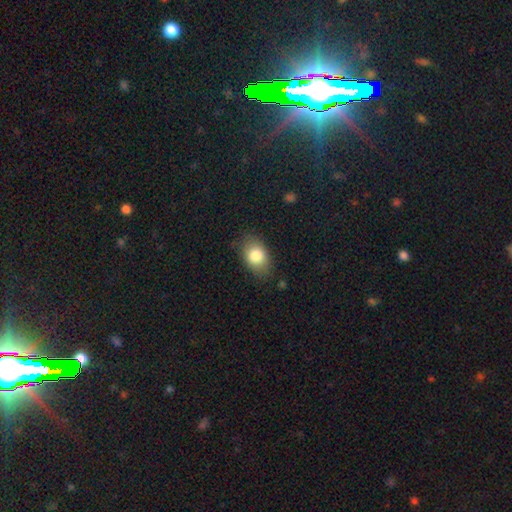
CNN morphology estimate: The model was most divided on "merging": none: 78%, minor disturbance: 16%, major disturbance: 4%, merger: 1%. More confident: smooth or featured — smooth (82%); how rounded — in between (81%).